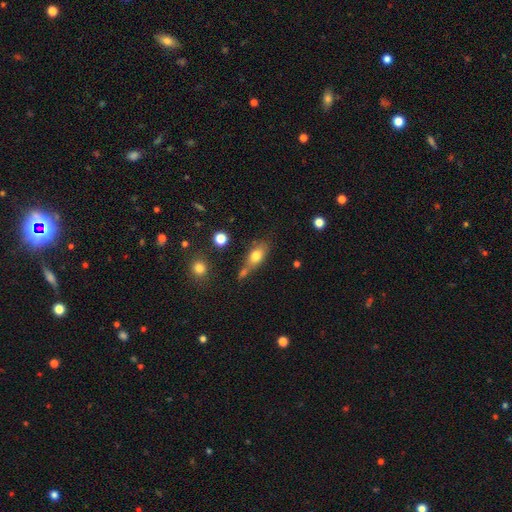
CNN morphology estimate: This appears to be a smooth galaxy with no disk features (74%) that is in between round and cigar-shaped (76%). Merging: none (44%).